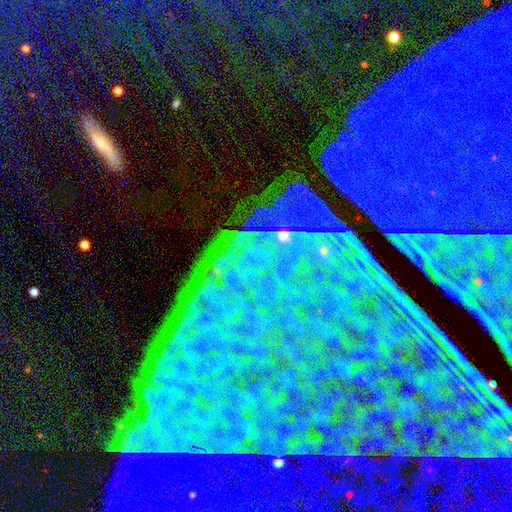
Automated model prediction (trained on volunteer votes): Q: Smooth or featured?
A: star or artifact (84%); runner-up: featured or disk (9%)